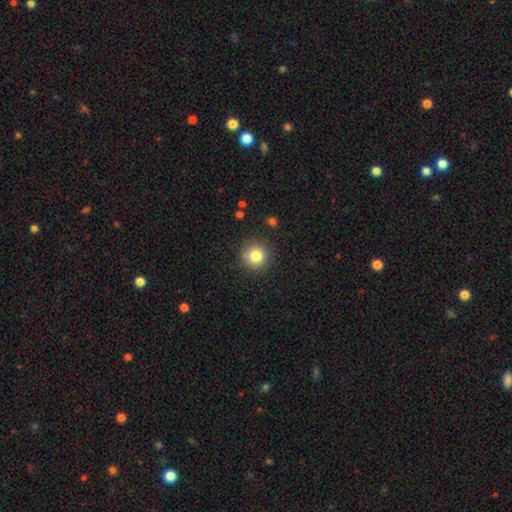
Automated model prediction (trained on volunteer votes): Overall: smooth (81%). How rounded: round (94%). Merging: none (88%).